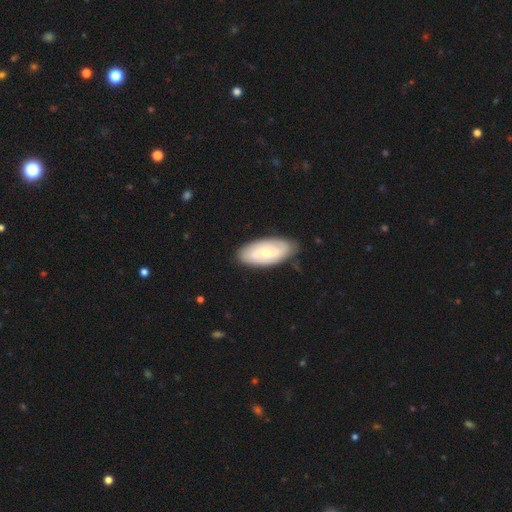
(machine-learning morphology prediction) Smooth or featured: smooth — 50% (featured or disk — 38%)
Merging: none — 84% (minor disturbance — 12%)